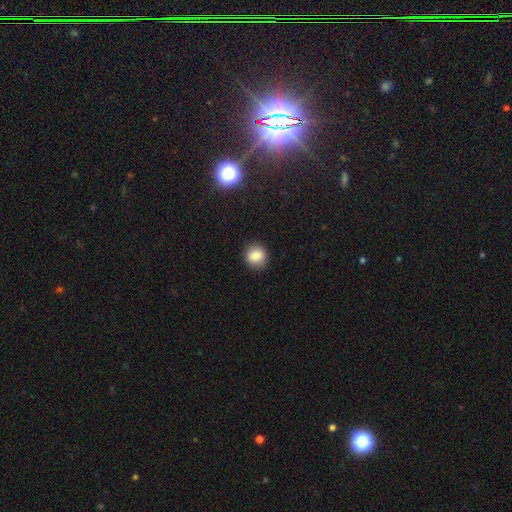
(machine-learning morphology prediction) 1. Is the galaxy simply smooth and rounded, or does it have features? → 83% smooth, 10% star or artifact, 7% featured or disk.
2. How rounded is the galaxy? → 86% round, 13% in between, 1% cigar-shaped.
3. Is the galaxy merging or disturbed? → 90% none, 7% minor disturbance, 2% major disturbance, 1% merger.